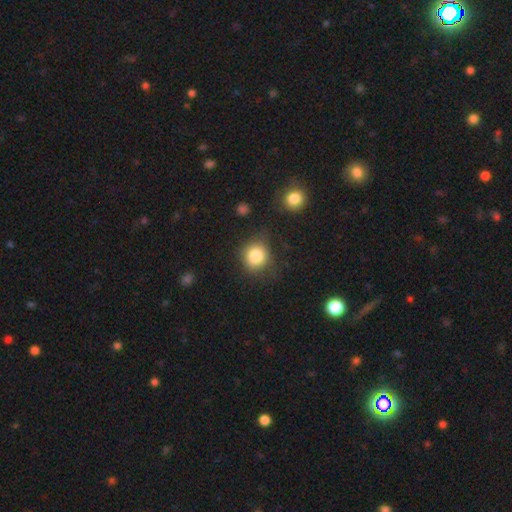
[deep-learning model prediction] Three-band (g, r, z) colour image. It shows a smooth galaxy with no disk features (84%) that is round (85%). Merging: none (76%).